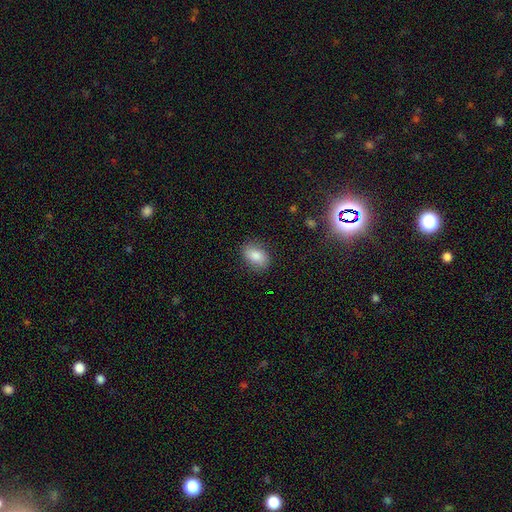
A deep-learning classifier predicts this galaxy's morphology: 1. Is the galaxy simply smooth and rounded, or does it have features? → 84% smooth, 8% featured or disk, 7% star or artifact.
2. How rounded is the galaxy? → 85% in between, 13% round, 2% cigar-shaped.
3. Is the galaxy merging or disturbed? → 83% none, 12% minor disturbance, 3% major disturbance, 1% merger.